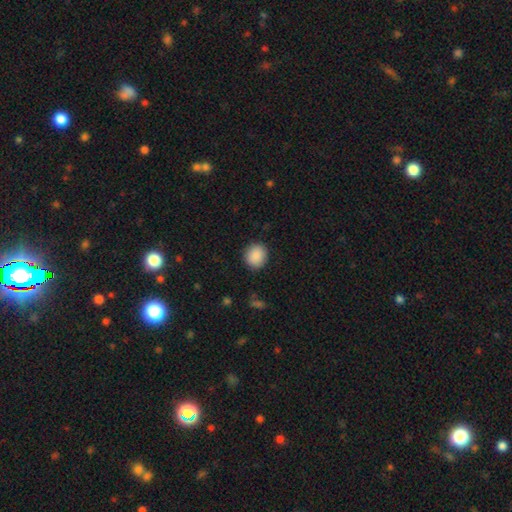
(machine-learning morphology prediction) Smooth or featured? Predicted: smooth (p=0.89). How rounded? Predicted: round (p=0.81). Merging? Predicted: none (p=0.90).